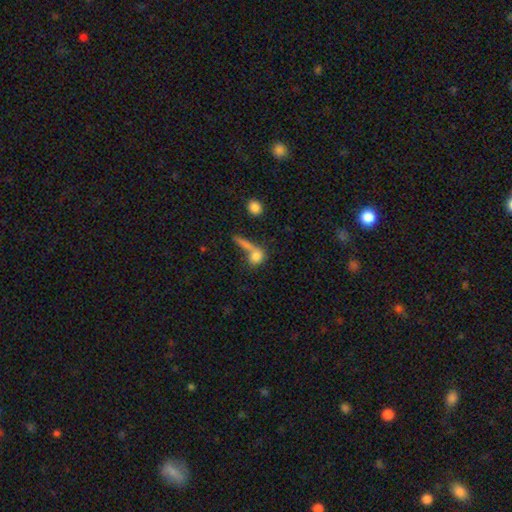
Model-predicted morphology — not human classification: smooth 75%, featured or disk 14%, star or artifact 11%. Down the decision tree: how rounded — round (59%); merging — none (39%).